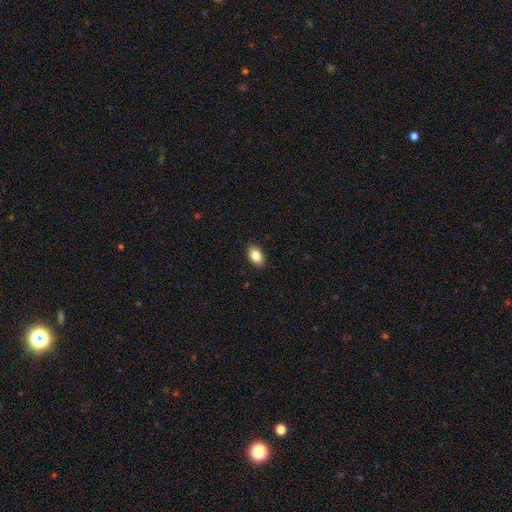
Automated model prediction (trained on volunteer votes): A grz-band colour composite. It shows a smooth galaxy with no disk features (85%) that is in between round and cigar-shaped (91%). Merging: none (89%).